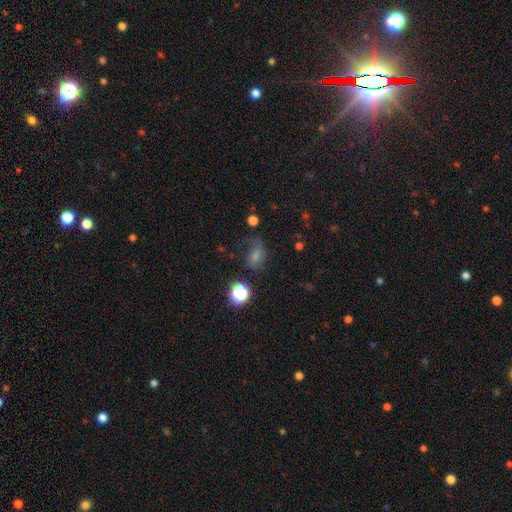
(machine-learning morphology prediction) Q: Smooth or featured?
A: smooth (42%); runner-up: featured or disk (30%)
Q: Merging?
A: none (49%); runner-up: major disturbance (24%)